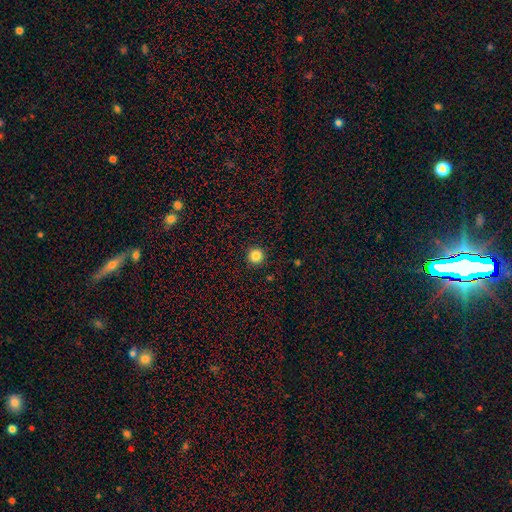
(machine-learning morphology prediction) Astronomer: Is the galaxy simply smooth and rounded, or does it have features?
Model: smooth — 85%.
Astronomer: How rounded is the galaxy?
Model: round — 95%.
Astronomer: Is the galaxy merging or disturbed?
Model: none — 93%.